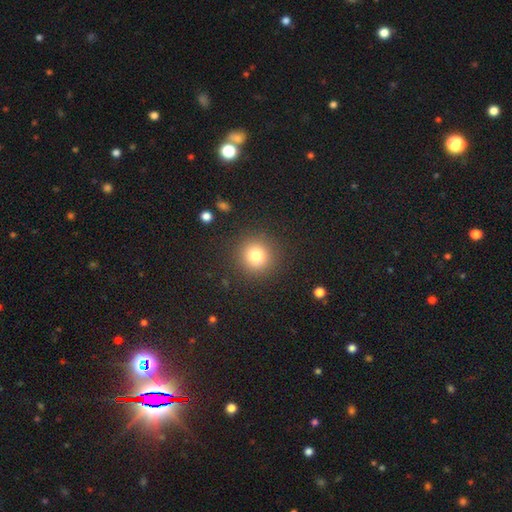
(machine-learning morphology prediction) This is likely a smooth galaxy (79%). How rounded: clearly round (93%). Merging: clearly none (90%).